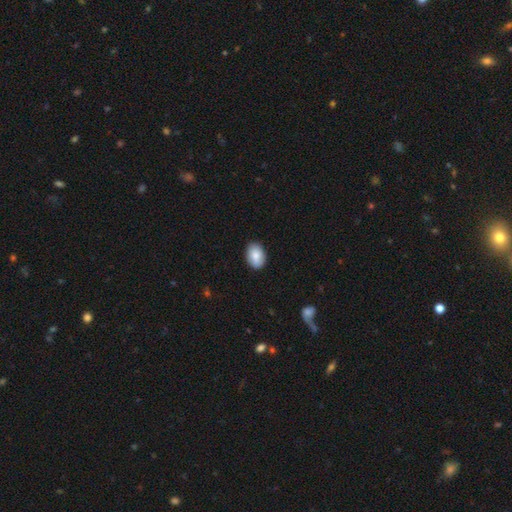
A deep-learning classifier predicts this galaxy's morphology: smooth-or-featured: smooth: 86% | featured or disk: 8% | star or artifact: 7%
  how-rounded: in between: 84% | round: 15% | cigar-shaped: 1%
  merging: none: 86% | minor disturbance: 11% | major disturbance: 2% | merger: 1%